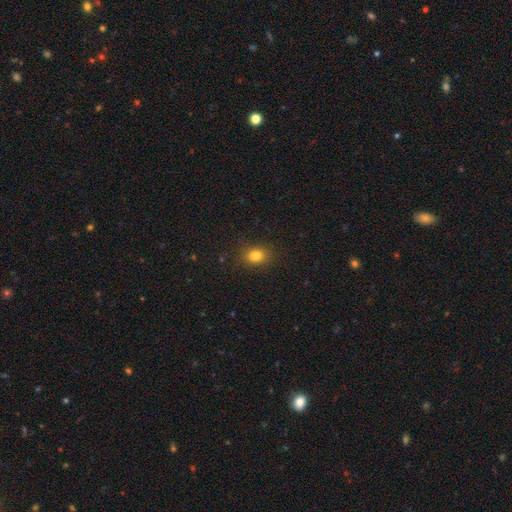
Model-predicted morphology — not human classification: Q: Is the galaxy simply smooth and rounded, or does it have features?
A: smooth — 81%.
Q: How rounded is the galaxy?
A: in between — 51%.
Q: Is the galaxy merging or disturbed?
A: none — 87%.